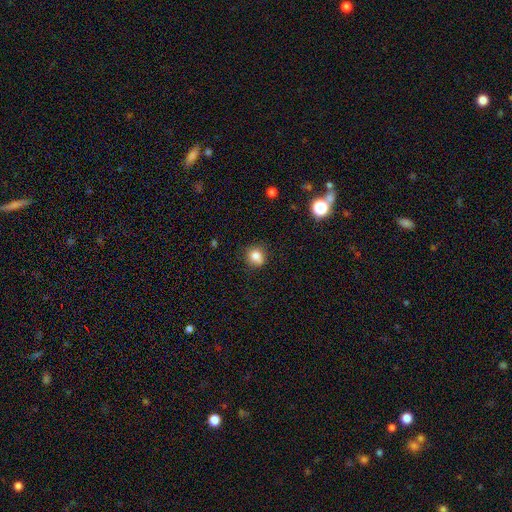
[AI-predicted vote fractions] The model was most divided on "merging": none: 72%, minor disturbance: 19%, merger: 5%, major disturbance: 4%. More confident: smooth or featured — smooth (81%); how rounded — round (81%).